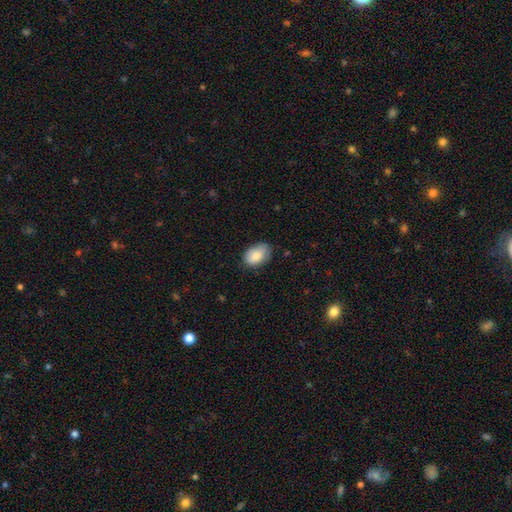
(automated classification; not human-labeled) Q: Smooth or featured?
A: smooth (84%); runner-up: featured or disk (9%)
Q: How rounded?
A: in between (87%); runner-up: round (12%)
Q: Merging?
A: none (69%); runner-up: minor disturbance (25%)